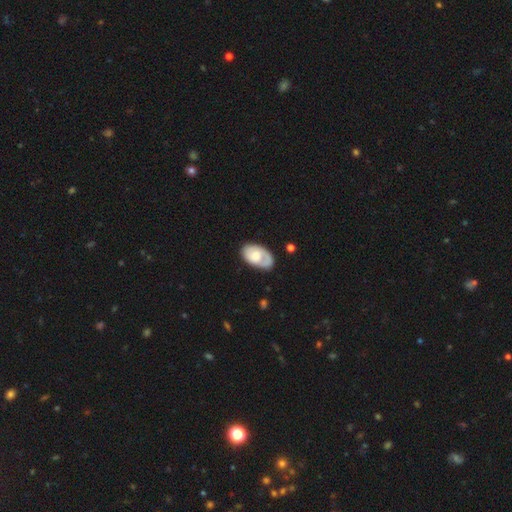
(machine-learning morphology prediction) smooth-or-featured: smooth: 54% | featured or disk: 40% | star or artifact: 6%
  how-rounded: in between: 93% | round: 6% | cigar-shaped: 1%
  merging: none: 66% | minor disturbance: 23% | major disturbance: 9% | merger: 3%